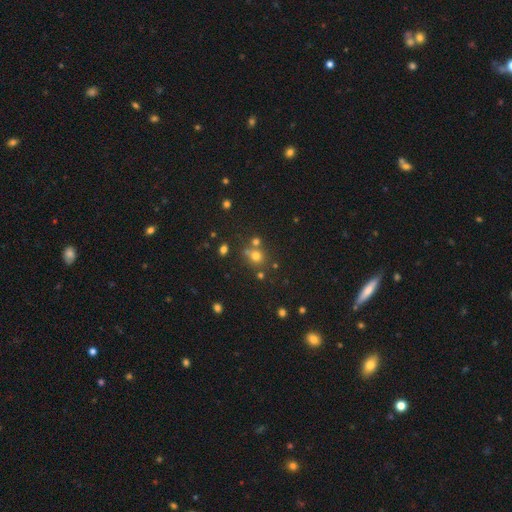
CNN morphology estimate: Q: Smooth or featured?
A: smooth (67%); runner-up: star or artifact (22%)
Q: How rounded?
A: round (81%); runner-up: in between (18%)
Q: Merging?
A: none (59%); runner-up: merger (25%)